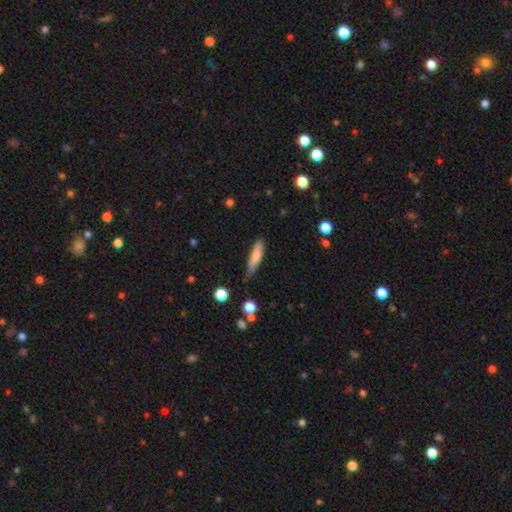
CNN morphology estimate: The model was most divided on "merging": none: 63%, minor disturbance: 28%, major disturbance: 6%, merger: 3%. More confident: how rounded — cigar-shaped (74%); smooth or featured — smooth (72%).